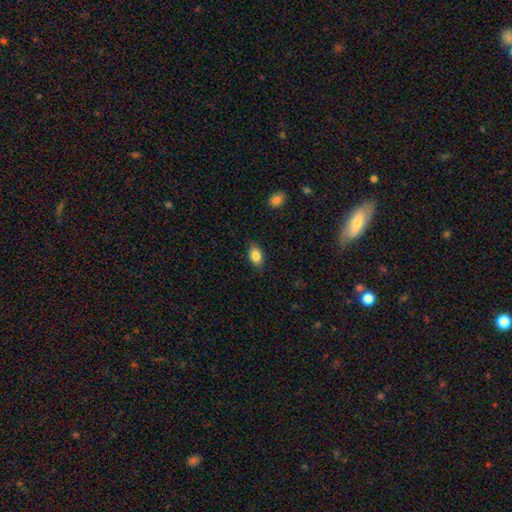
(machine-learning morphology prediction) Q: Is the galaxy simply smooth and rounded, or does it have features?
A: smooth — 83%.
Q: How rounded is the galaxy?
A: in between — 87%.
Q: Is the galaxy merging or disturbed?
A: none — 85%.